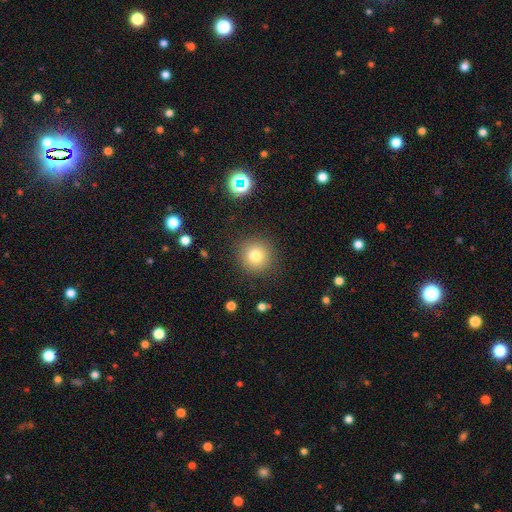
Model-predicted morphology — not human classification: Smooth or featured?
  - smooth: 76% *
  - star or artifact: 14%
  - featured or disk: 10%
How rounded?
  - round: 94% *
  - in between: 5%
  - cigar-shaped: 1%
Merging?
  - none: 89% *
  - minor disturbance: 7%
  - major disturbance: 3%
  - merger: 1%